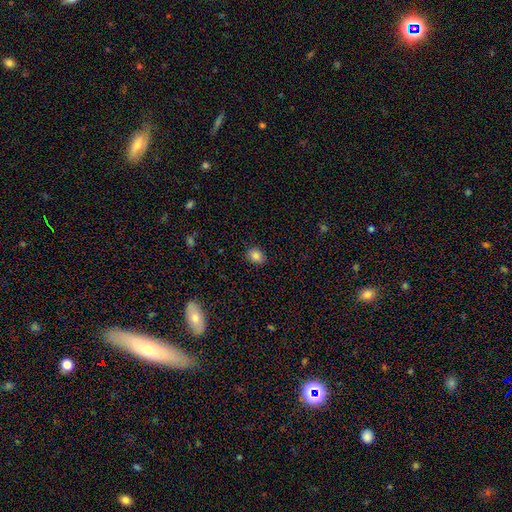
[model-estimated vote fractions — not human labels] smooth_or_featured: smooth (p=0.84) [alt: star or artifact p=0.10]
how_rounded: in between (p=0.55) [alt: round p=0.44]
merging: none (p=0.87) [alt: minor disturbance p=0.10]